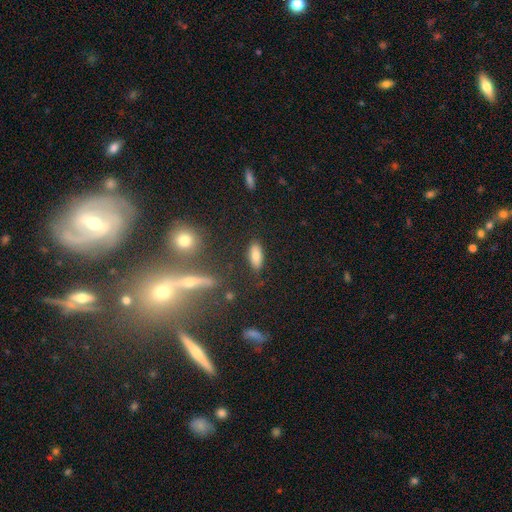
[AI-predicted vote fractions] This is likely a smooth galaxy (79%). How rounded: clearly in between (82%). Merging: clearly none (84%).